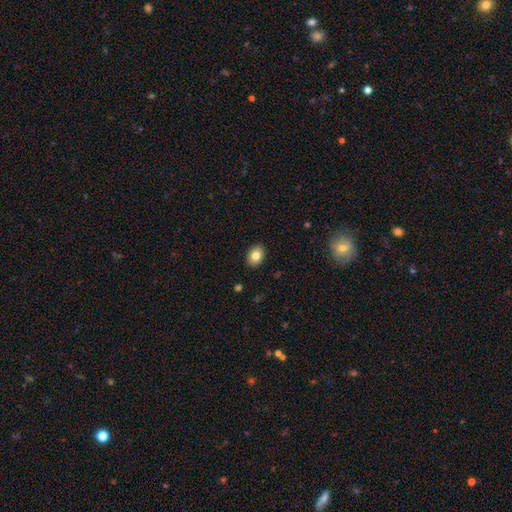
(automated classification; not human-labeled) Smooth or featured: smooth — 82% (featured or disk — 10%)
How rounded: in between — 68% (round — 31%)
Merging: none — 90% (minor disturbance — 7%)